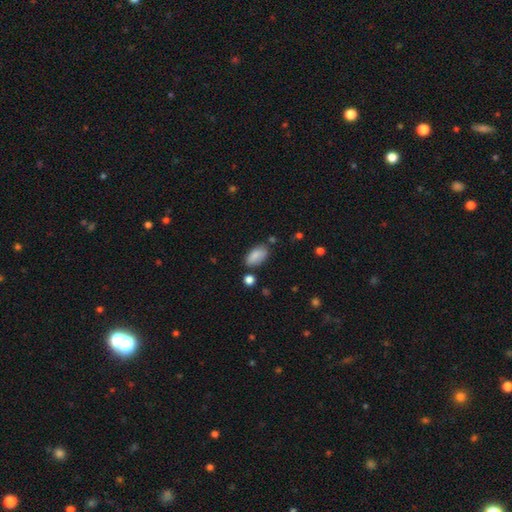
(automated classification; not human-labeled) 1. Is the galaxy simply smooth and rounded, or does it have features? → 85% smooth, 8% featured or disk, 7% star or artifact.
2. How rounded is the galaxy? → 92% in between, 4% cigar-shaped, 3% round.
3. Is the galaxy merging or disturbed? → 73% none, 18% minor disturbance, 5% merger, 4% major disturbance.